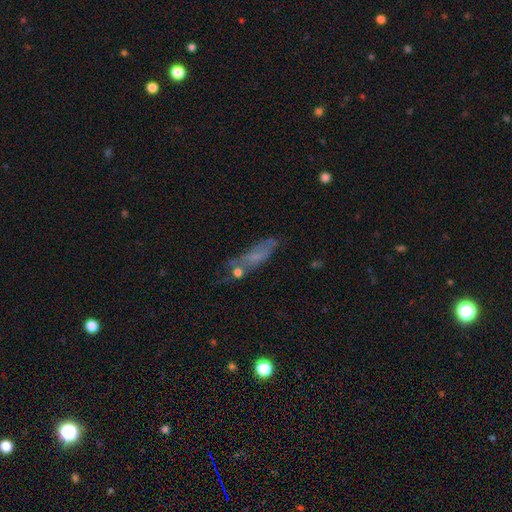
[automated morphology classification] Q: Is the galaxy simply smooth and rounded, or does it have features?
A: smooth — 48%.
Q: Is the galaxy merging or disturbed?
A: none — 48%.